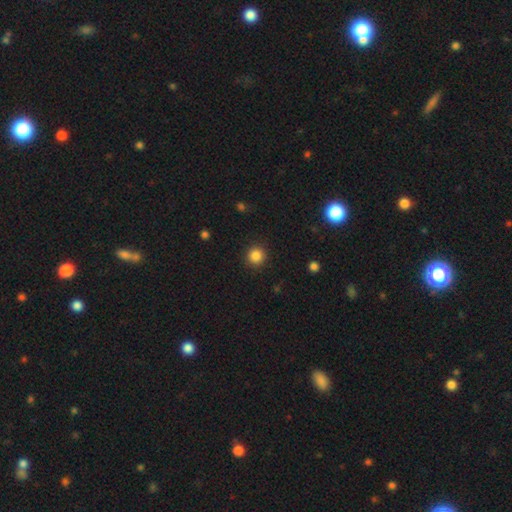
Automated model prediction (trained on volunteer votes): Q: Smooth or featured?
A: smooth (85%); runner-up: star or artifact (11%)
Q: How rounded?
A: round (95%); runner-up: in between (4%)
Q: Merging?
A: none (91%); runner-up: minor disturbance (5%)